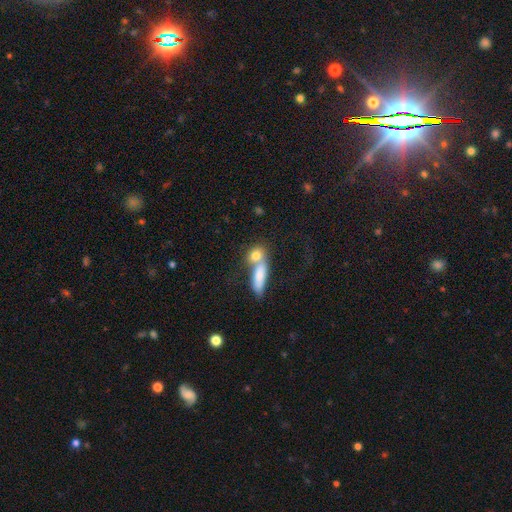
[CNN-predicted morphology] smooth-or-featured: smooth: 77% | featured or disk: 14% | star or artifact: 8%
  how-rounded: in between: 48% | round: 35% | cigar-shaped: 17%
  merging: merger: 55% | none: 32% | minor disturbance: 8% | major disturbance: 5%